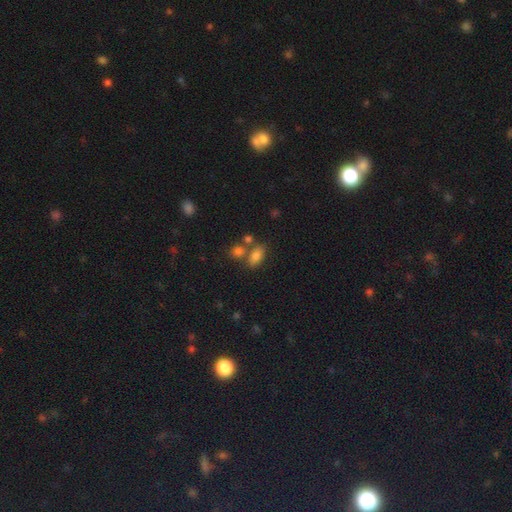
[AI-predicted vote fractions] Smooth or featured: smooth — 79% (star or artifact — 11%)
How rounded: in between — 84% (round — 10%)
Merging: none — 57% (merger — 25%)